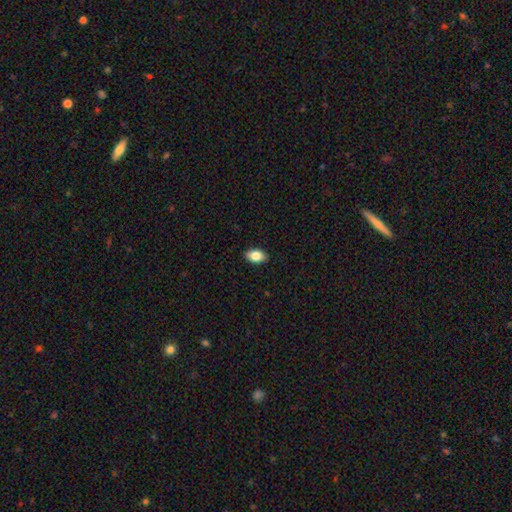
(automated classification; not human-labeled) Overall: smooth (83%). How rounded: in between (90%). Merging: none (89%).